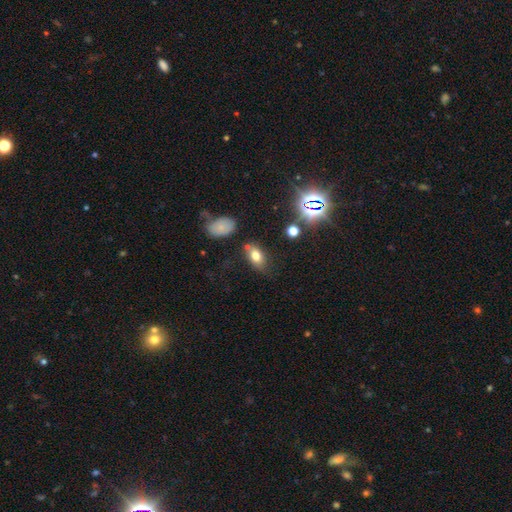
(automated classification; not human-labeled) Q: Smooth or featured?
A: smooth (73%); runner-up: star or artifact (15%)
Q: How rounded?
A: in between (85%); runner-up: round (12%)
Q: Merging?
A: none (66%); runner-up: minor disturbance (19%)